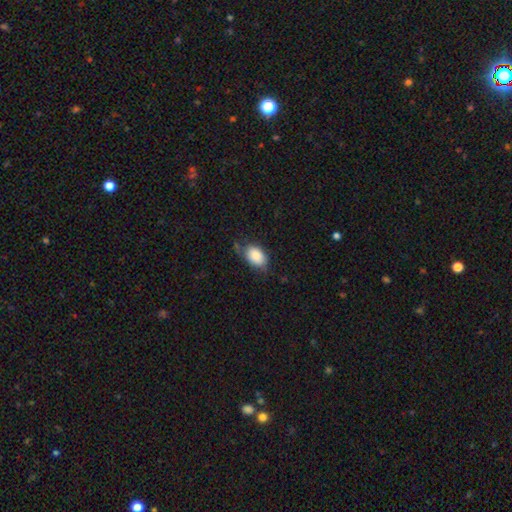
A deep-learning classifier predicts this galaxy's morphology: Smooth or featured? Predicted: smooth (p=0.86). How rounded? Predicted: in between (p=0.89). Merging? Predicted: none (p=0.55).